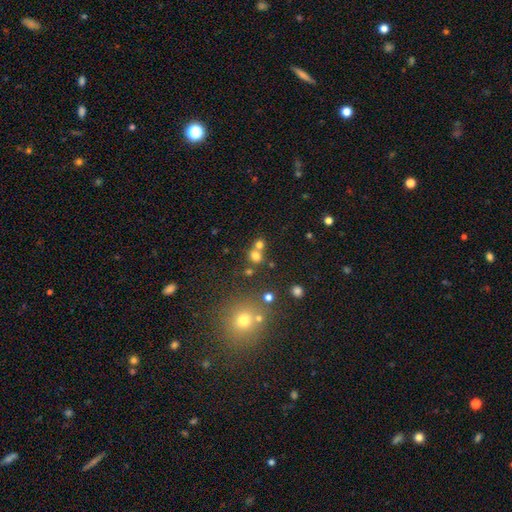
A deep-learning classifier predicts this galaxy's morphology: Smooth or featured?
  - smooth: 70% *
  - star or artifact: 20%
  - featured or disk: 10%
How rounded?
  - round: 81% *
  - in between: 18%
  - cigar-shaped: 1%
Merging?
  - none: 50% *
  - merger: 40%
  - minor disturbance: 7%
  - major disturbance: 3%